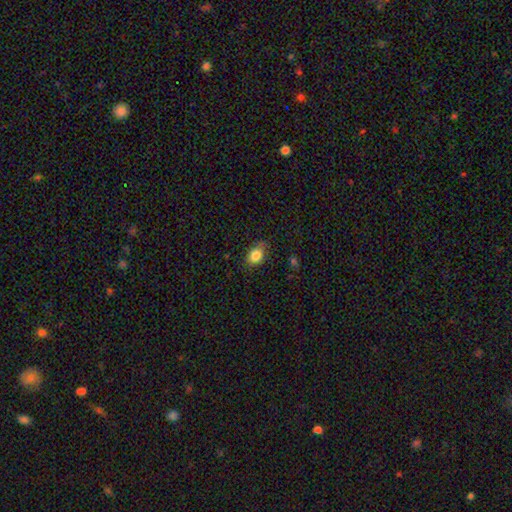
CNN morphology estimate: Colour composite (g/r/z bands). It shows a smooth galaxy with no disk features (84%) that is in between round and cigar-shaped (72%). Merging: none (73%).